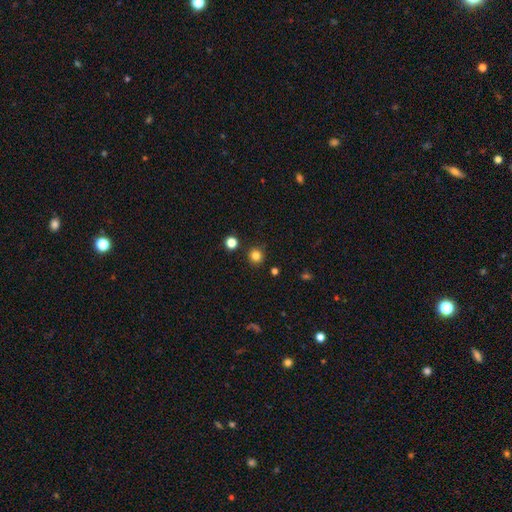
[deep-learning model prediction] Smooth or featured? smooth (82%)
How rounded? round (93%)
Merging? none (88%)